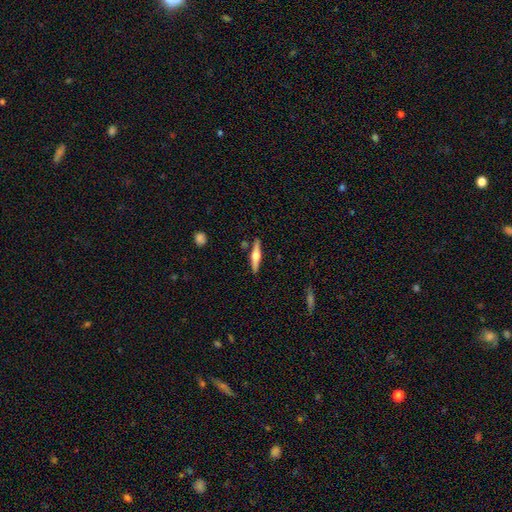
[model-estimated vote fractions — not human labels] Smooth or featured? featured or disk (63%)
Edge-on disk? yes (97%)
Edge-on bulge? rounded (93%)
Merging? none (87%)